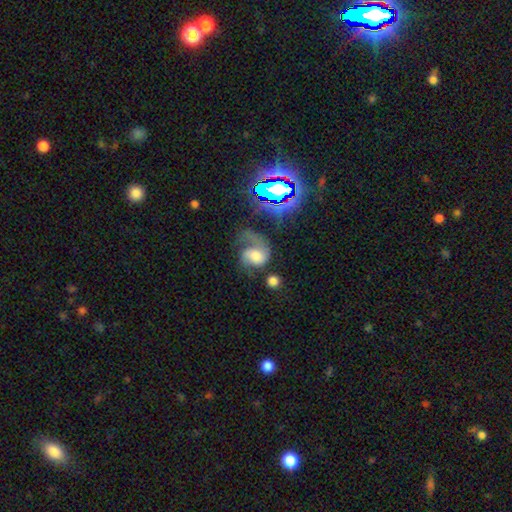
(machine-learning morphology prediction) A featured or disk galaxy (63%) with no bar (60%), 2 (54%) medium (43%) spiral arms (89%) and a moderate central bulge (36%). Merging: major disturbance (38%).